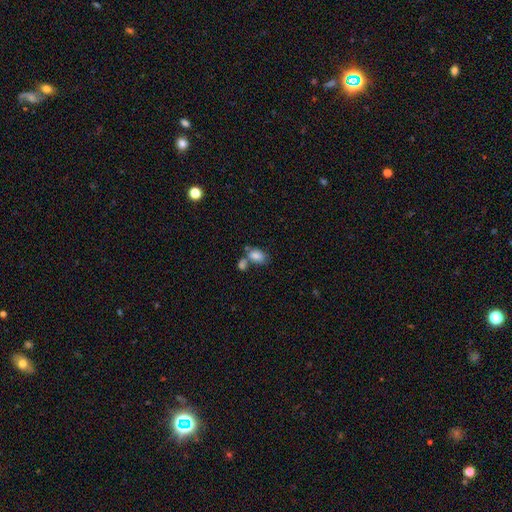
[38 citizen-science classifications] smooth-or-featured: smooth: 84% | star or artifact: 11% | featured or disk: 5%
  how-rounded: in between: 88% | round: 12% | cigar-shaped: 0%
  merging: none: 41% (tied) | merger: 41% (tied) | minor disturbance: 18% | major disturbance: 0%